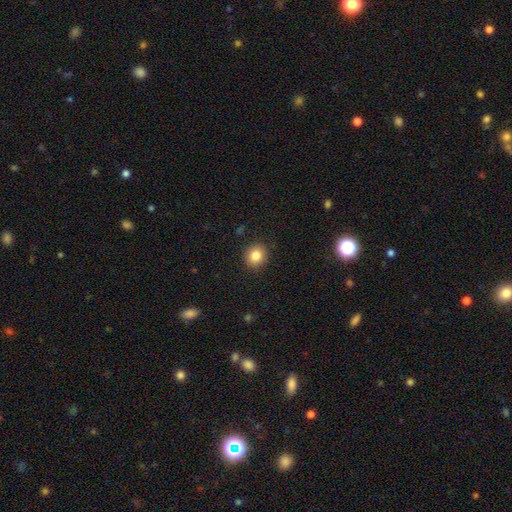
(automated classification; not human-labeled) A smooth galaxy with no disk features (84%) that is round (83%). Merging: none (90%).